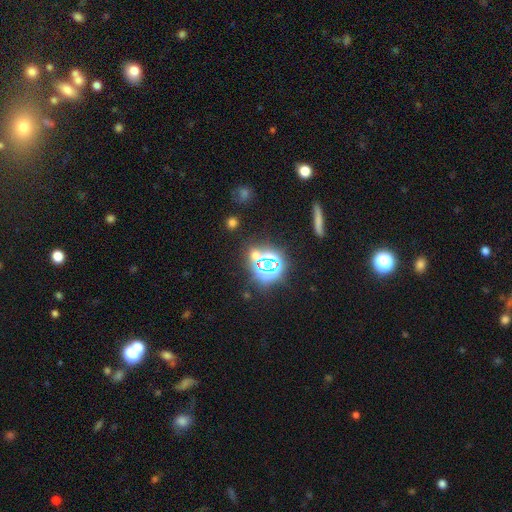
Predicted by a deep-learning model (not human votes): A star or artifact, not a galaxy (63%).

Vote fractions:
- Smooth or featured? star or artifact: 63% / smooth: 28% / featured or disk: 9%